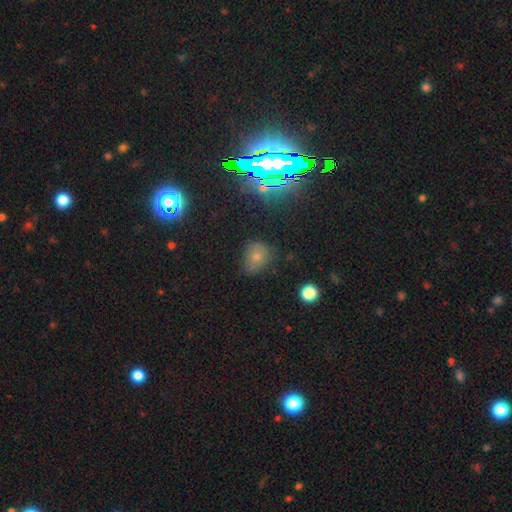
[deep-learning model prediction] Smooth or featured? smooth (48%)
Merging? none (75%)